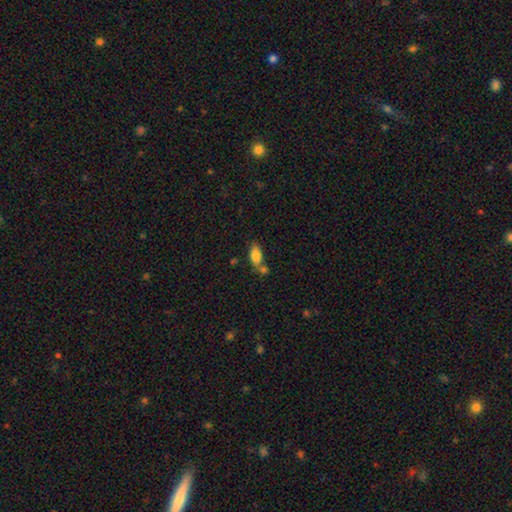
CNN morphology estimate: Smooth or featured?
  - smooth: 83% *
  - featured or disk: 9%
  - star or artifact: 8%
How rounded?
  - in between: 89% *
  - cigar-shaped: 6%
  - round: 5%
Merging?
  - none: 43% *
  - merger: 39%
  - minor disturbance: 14%
  - major disturbance: 5%